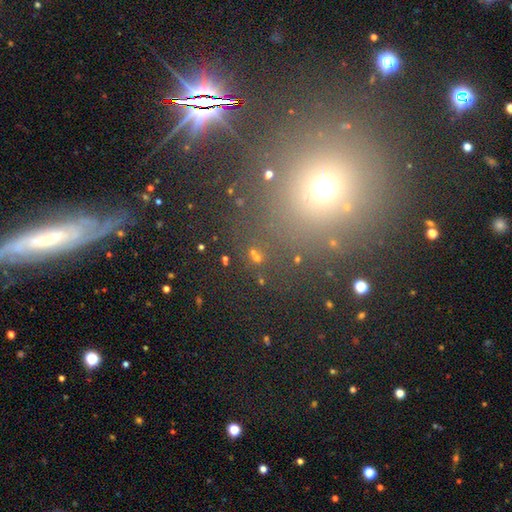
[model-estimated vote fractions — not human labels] A star or artifact, not a galaxy (50%).